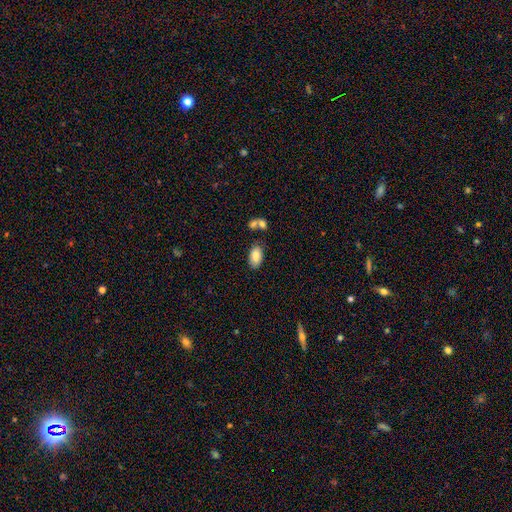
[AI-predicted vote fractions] Morphology: type=smooth (86%); roundness=in between (95%); merging=none (72%).